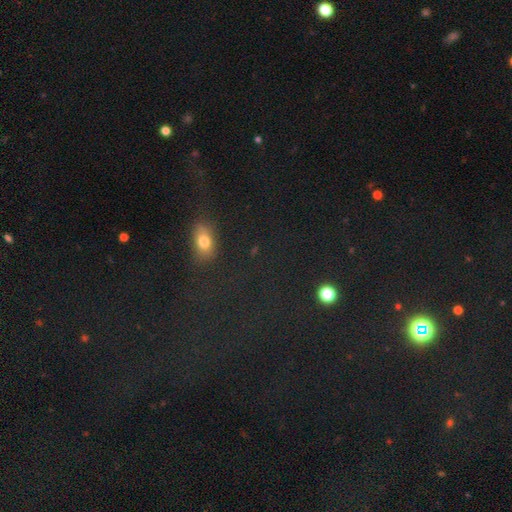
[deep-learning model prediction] smooth 46%, star or artifact 40%, featured or disk 14%. Down the decision tree: merging — none (62%).